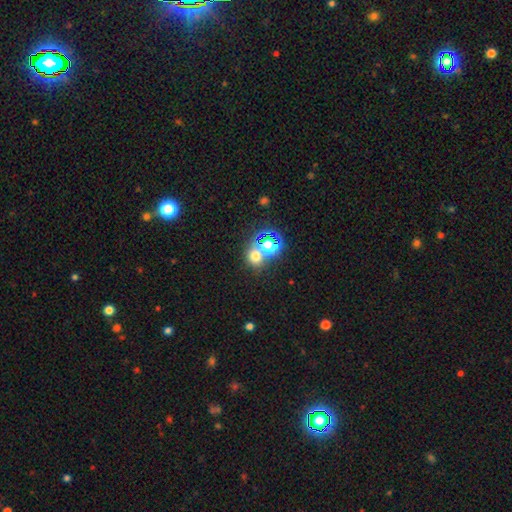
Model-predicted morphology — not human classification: Q: Smooth or featured?
A: smooth (59%); runner-up: star or artifact (32%)
Q: How rounded?
A: round (77%); runner-up: in between (22%)
Q: Merging?
A: none (57%); runner-up: merger (32%)